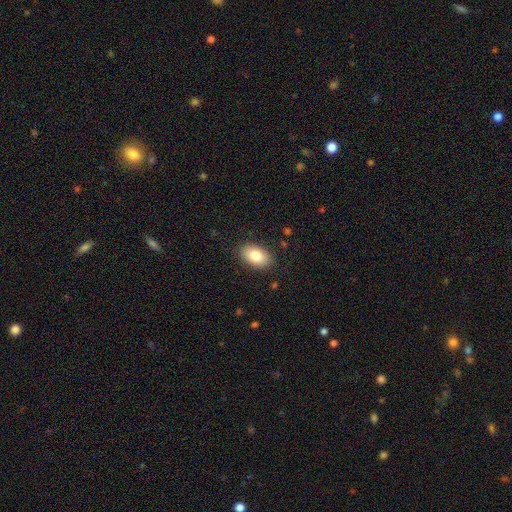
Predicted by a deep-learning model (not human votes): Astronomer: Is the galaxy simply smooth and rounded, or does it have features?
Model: smooth — 83%.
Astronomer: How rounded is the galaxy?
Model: in between — 91%.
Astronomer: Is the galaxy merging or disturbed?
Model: none — 87%.